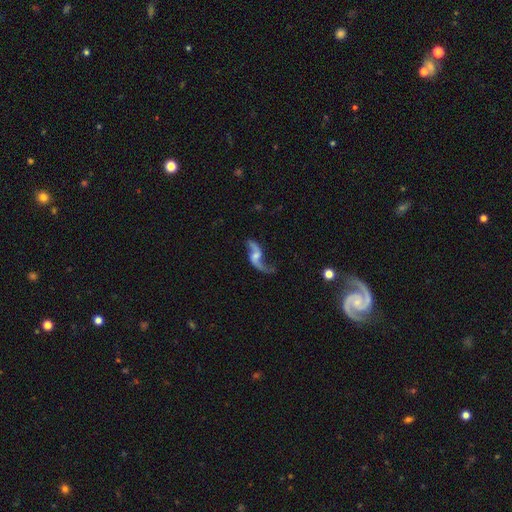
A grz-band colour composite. It shows a featured or disk galaxy (92%) with a weak bar (53%), 2 (100%) loose (100%) spiral arms (97%) and a small central bulge (41%). Merging: none (71%).